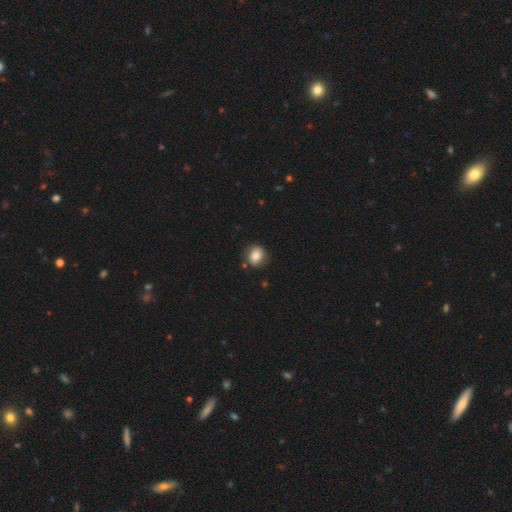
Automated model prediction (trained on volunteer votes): Q: Smooth or featured?
A: smooth (81%); runner-up: featured or disk (10%)
Q: How rounded?
A: round (67%); runner-up: in between (32%)
Q: Merging?
A: none (80%); runner-up: minor disturbance (14%)